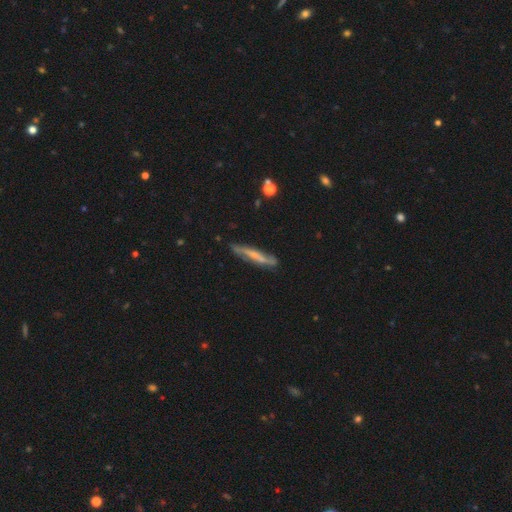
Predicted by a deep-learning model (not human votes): Smooth or featured: featured or disk — 57% (smooth — 36%)
Edge-on disk: yes — 65% (no — 35%)
Merging: none — 72% (minor disturbance — 20%)